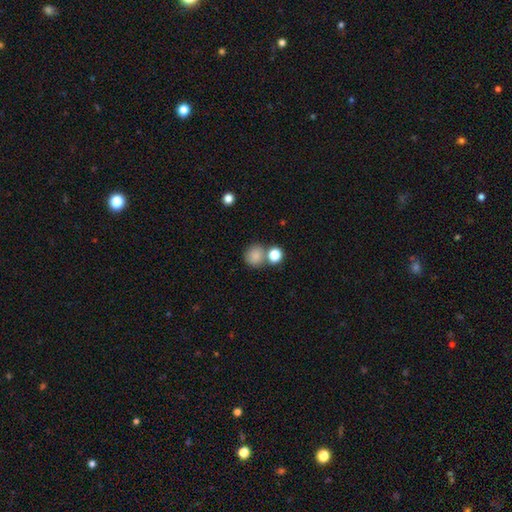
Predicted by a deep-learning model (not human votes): smooth_or_featured: smooth (p=0.83) [alt: star or artifact p=0.11]
how_rounded: round (p=0.86) [alt: in between p=0.13]
merging: none (p=0.60) [alt: merger p=0.26]